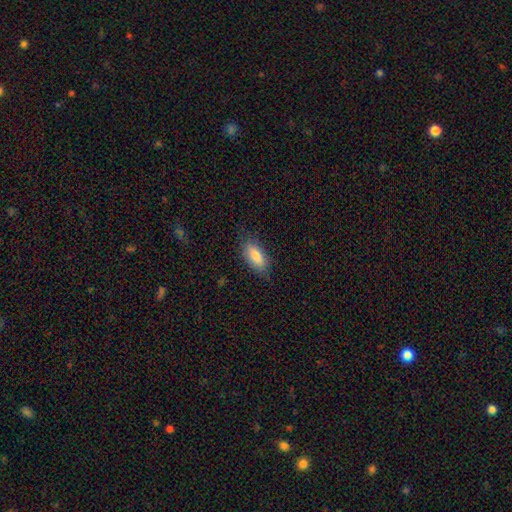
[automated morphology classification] A smooth galaxy with no disk features (84%) that is in between round and cigar-shaped (84%).

Vote fractions:
- Smooth or featured? smooth: 84% / featured or disk: 10% / star or artifact: 7%
- How rounded? in between: 84% / cigar-shaped: 14% / round: 2%
- Merging? none: 80% / minor disturbance: 15% / major disturbance: 3% / merger: 1%